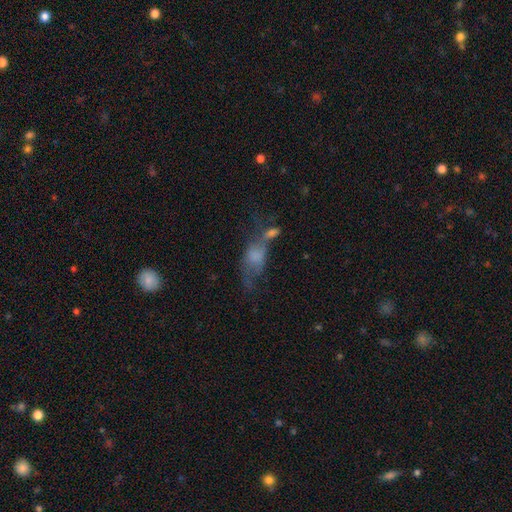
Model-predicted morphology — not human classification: The model was most divided on "merging": merger: 30%, none: 29%, major disturbance: 24%, minor disturbance: 17%. Remaining: smooth or featured — featured or disk (43%).